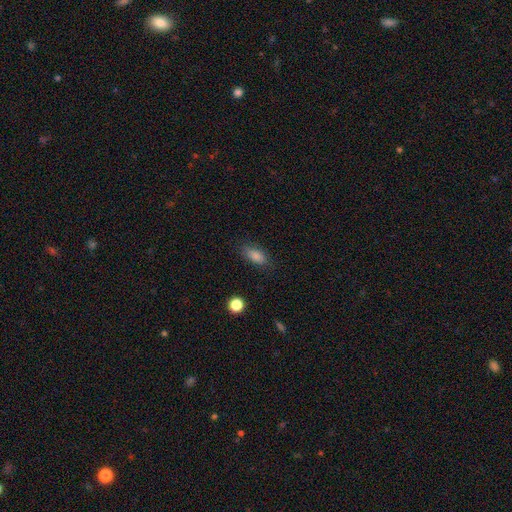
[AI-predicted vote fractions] Morphology: type=smooth (83%); roundness=in between (83%); merging=none (83%).